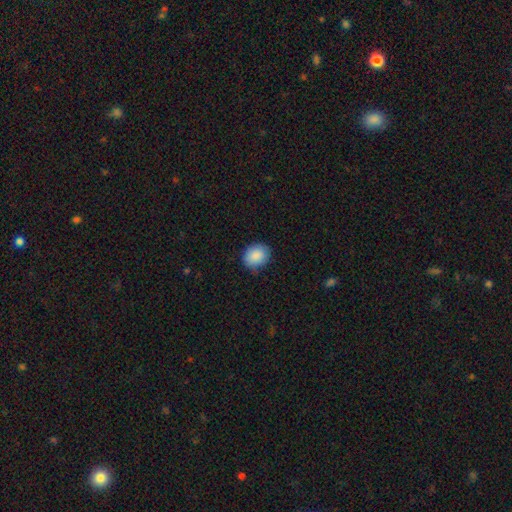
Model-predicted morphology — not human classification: smooth-or-featured: smooth: 88% | star or artifact: 7% | featured or disk: 5%
  how-rounded: round: 53% | in between: 46% | cigar-shaped: 1%
  merging: none: 81% | minor disturbance: 15% | major disturbance: 3% | merger: 1%